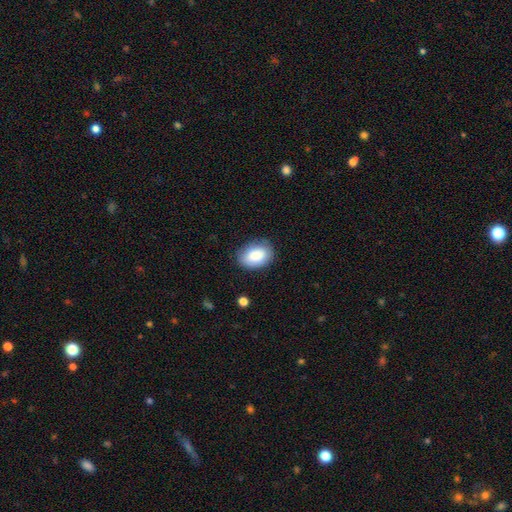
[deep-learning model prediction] Overall: smooth (87%). How rounded: in between (82%). Merging: none (81%).